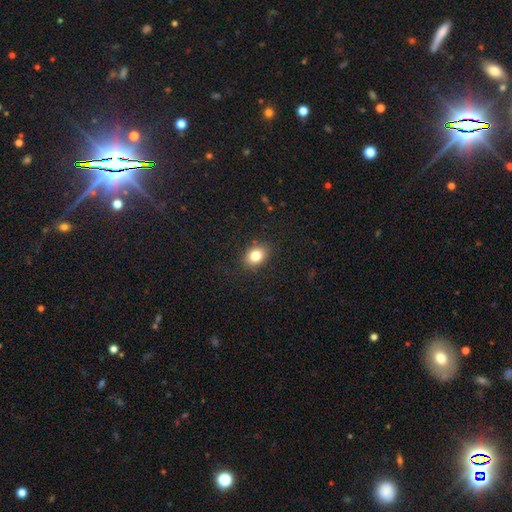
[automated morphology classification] A smooth galaxy with no disk features (81%) that is in between round and cigar-shaped (60%).

Vote fractions:
- Smooth or featured? smooth: 81% / star or artifact: 11% / featured or disk: 8%
- How rounded? in between: 60% / round: 39% / cigar-shaped: 1%
- Merging? none: 87% / minor disturbance: 9% / major disturbance: 3% / merger: 1%